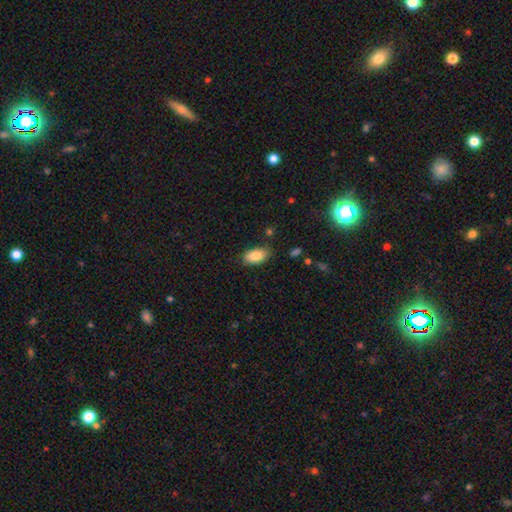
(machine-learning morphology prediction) Smooth or featured?
  - smooth: 86% *
  - featured or disk: 7%
  - star or artifact: 7%
How rounded?
  - in between: 93% *
  - round: 4%
  - cigar-shaped: 3%
Merging?
  - none: 80% *
  - minor disturbance: 15%
  - major disturbance: 3%
  - merger: 2%